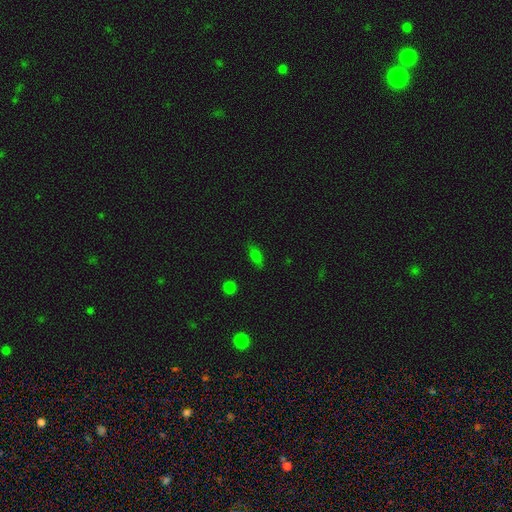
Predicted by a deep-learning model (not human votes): Smooth or featured? Predicted: smooth (p=0.71). How rounded? Predicted: in between (p=0.73). Merging? Predicted: none (p=0.81).